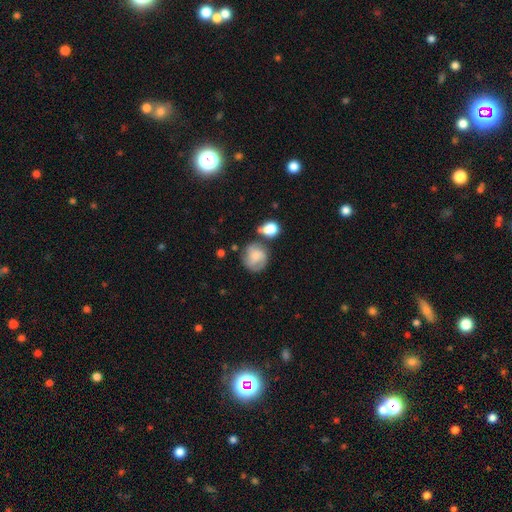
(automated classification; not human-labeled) Smooth or featured: smooth — 49% (featured or disk — 42%)
Merging: none — 58% (minor disturbance — 19%)